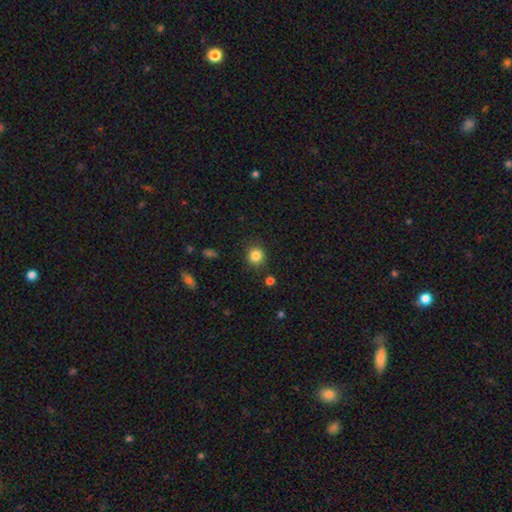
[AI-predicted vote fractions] Smooth or featured: smooth — 84% (star or artifact — 11%)
How rounded: round — 87% (in between — 12%)
Merging: none — 86% (minor disturbance — 9%)